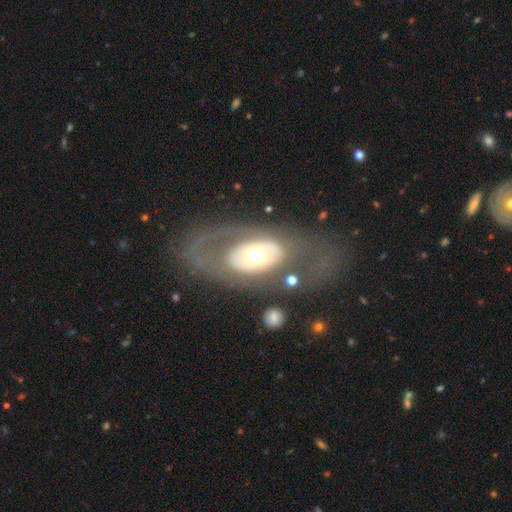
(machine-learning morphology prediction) Smooth or featured?
  - featured or disk: 66% *
  - smooth: 28%
  - star or artifact: 6%
Edge-on disk?
  - no: 90% *
  - yes: 10%
Bar?
  - no: 83% *
  - weak: 11%
  - strong: 6%
Spiral arms?
  - no: 76% *
  - yes: 24%
Bulge size?
  - moderate: 60% *
  - large: 29%
  - small: 6%
  - dominant: 4%
  - none: 1%
Merging?
  - none: 66% *
  - major disturbance: 17%
  - minor disturbance: 13%
  - merger: 3%